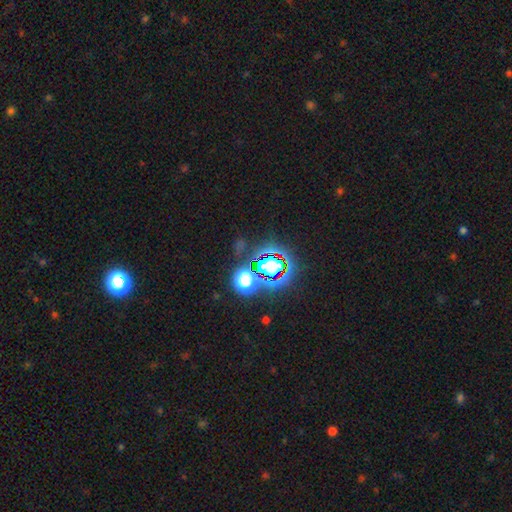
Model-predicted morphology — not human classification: The model was most divided on "smooth or featured": star or artifact: 79%, smooth: 13%, featured or disk: 8%.